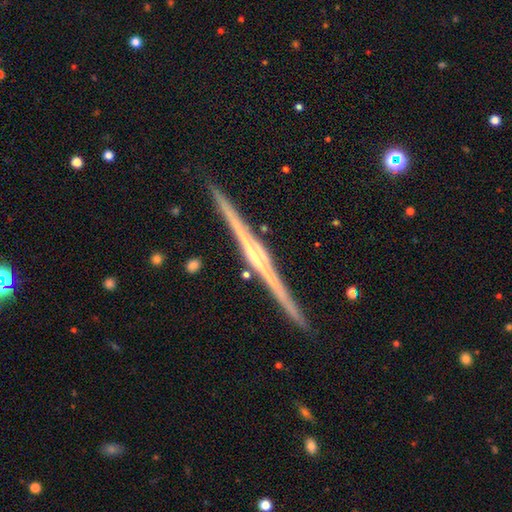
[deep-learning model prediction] Q: Smooth or featured?
A: featured or disk (87%); runner-up: smooth (8%)
Q: Edge-on disk?
A: yes (99%); runner-up: no (1%)
Q: Edge-on bulge?
A: rounded (63%); runner-up: none (22%)
Q: Merging?
A: none (92%); runner-up: minor disturbance (6%)